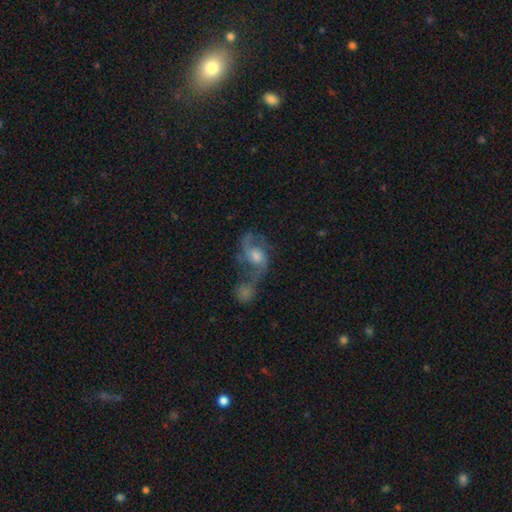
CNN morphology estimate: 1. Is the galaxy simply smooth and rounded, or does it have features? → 80% featured or disk, 13% smooth, 8% star or artifact.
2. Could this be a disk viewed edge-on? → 97% no, 3% yes.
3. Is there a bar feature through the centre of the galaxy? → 53% no, 39% weak, 8% strong.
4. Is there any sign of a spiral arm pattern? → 93% yes, 7% no.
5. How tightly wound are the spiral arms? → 48% loose, 42% medium, 10% tight.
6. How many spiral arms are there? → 87% 2, 5% can't tell, 4% 1, 2% 3, 1% 4, 1% more than 4.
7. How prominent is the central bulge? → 50% moderate, 25% small, 15% large, 7% none, 2% dominant.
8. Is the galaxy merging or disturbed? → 41% merger, 30% none, 16% major disturbance, 13% minor disturbance.